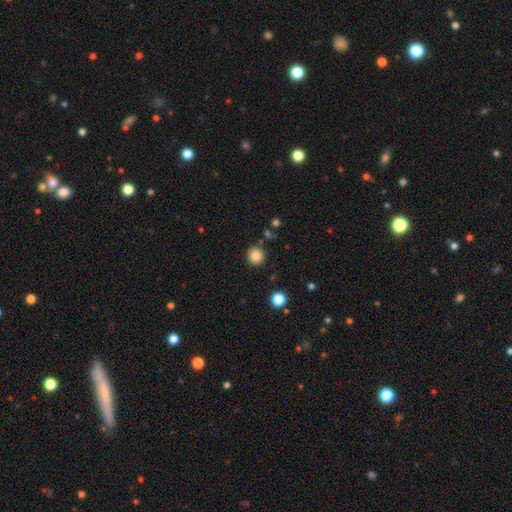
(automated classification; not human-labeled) This appears to be a smooth galaxy with no disk features (85%) that is round (93%). Merging: none (87%).